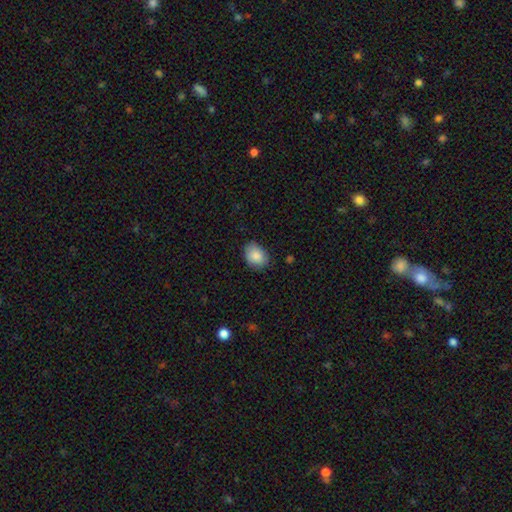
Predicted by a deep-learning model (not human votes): Smooth or featured: smooth — 87% (star or artifact — 8%)
How rounded: in between — 70% (round — 29%)
Merging: none — 75% (minor disturbance — 20%)